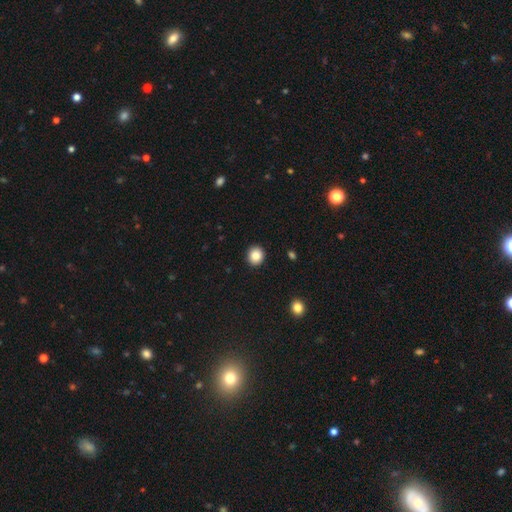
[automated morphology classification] The model was most divided on "how rounded": round: 87%, in between: 12%, cigar-shaped: 1%. More confident: merging — none (92%); smooth or featured — smooth (87%).